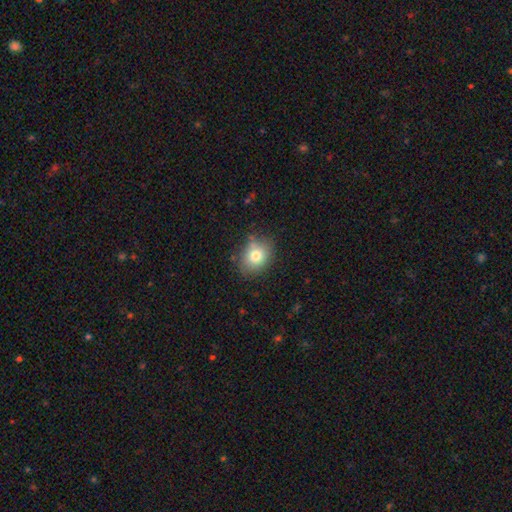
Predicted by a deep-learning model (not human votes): smooth_or_featured: smooth (p=0.79) [alt: featured or disk p=0.10]
how_rounded: round (p=0.51) [alt: in between p=0.48]
merging: none (p=0.78) [alt: minor disturbance p=0.15]